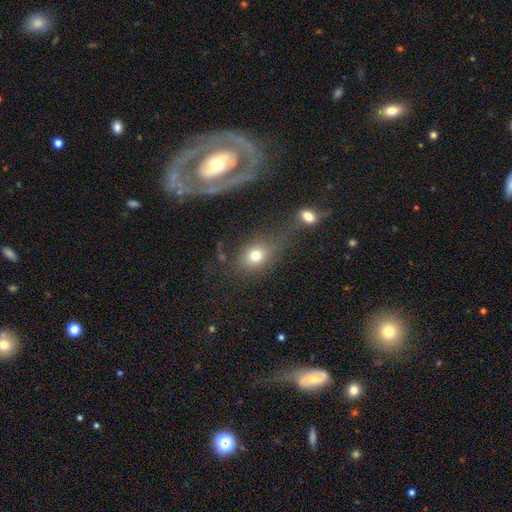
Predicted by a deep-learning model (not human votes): Smooth or featured? Predicted: smooth (p=0.72). How rounded? Predicted: round (p=0.48, tied with in between). Merging? Predicted: none (p=0.53).